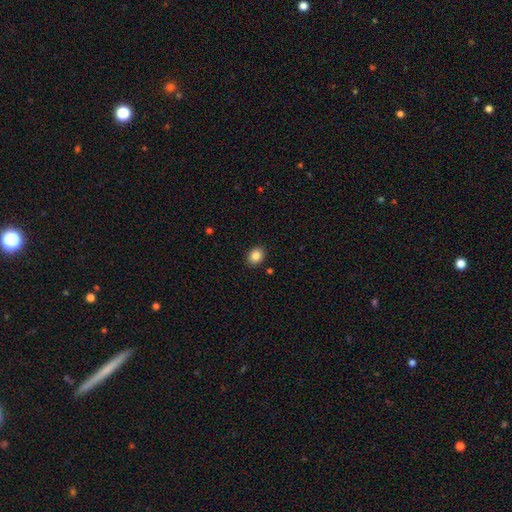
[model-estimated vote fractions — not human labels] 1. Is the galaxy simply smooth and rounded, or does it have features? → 86% smooth, 9% star or artifact, 4% featured or disk.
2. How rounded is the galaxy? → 50% in between, 49% round, 1% cigar-shaped.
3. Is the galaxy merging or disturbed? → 89% none, 8% minor disturbance, 2% major disturbance, 1% merger.